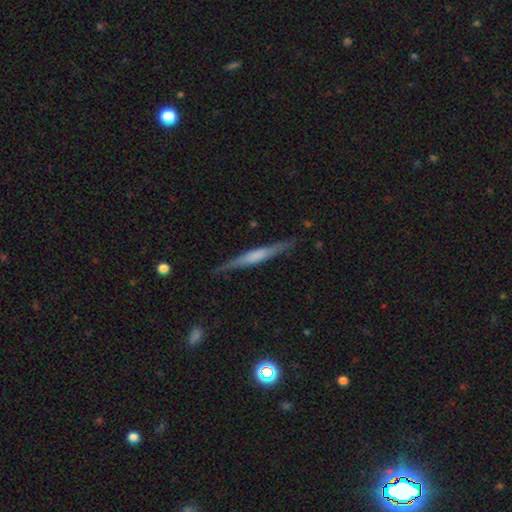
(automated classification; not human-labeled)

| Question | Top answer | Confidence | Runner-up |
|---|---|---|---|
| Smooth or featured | featured or disk | 55% | smooth (39%) |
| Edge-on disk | yes | 96% | no (4%) |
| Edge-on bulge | none | 40% | rounded (32%) |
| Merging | none | 85% | minor disturbance (11%) |